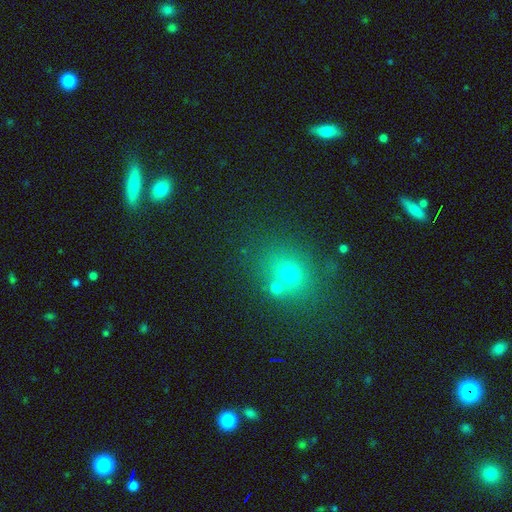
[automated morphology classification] A smooth galaxy with no disk features (49%). Merging: none (75%).